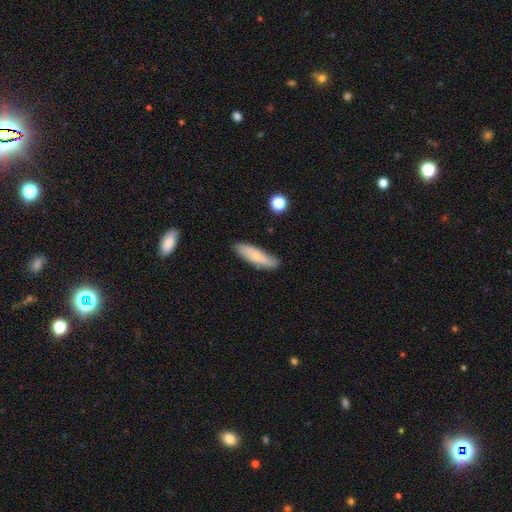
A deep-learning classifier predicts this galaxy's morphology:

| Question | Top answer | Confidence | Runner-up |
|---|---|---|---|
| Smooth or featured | smooth | 74% | featured or disk (19%) |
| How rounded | cigar-shaped | 65% | in between (33%) |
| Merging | none | 83% | minor disturbance (13%) |